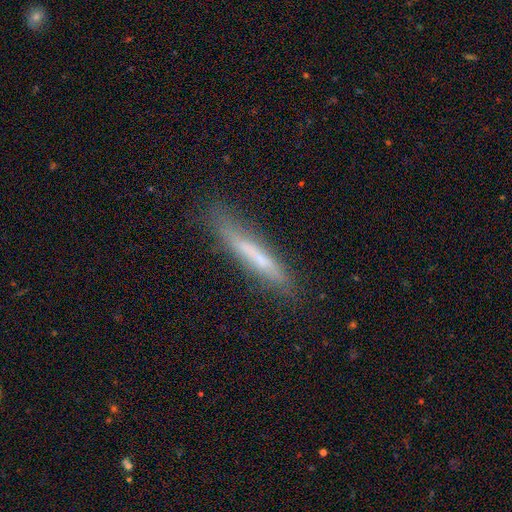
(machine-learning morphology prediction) Smooth or featured?
  - smooth: 51% *
  - featured or disk: 41%
  - star or artifact: 8%
How rounded?
  - cigar-shaped: 93% *
  - in between: 6%
  - round: 1%
Merging?
  - none: 75% *
  - minor disturbance: 19%
  - major disturbance: 5%
  - merger: 2%